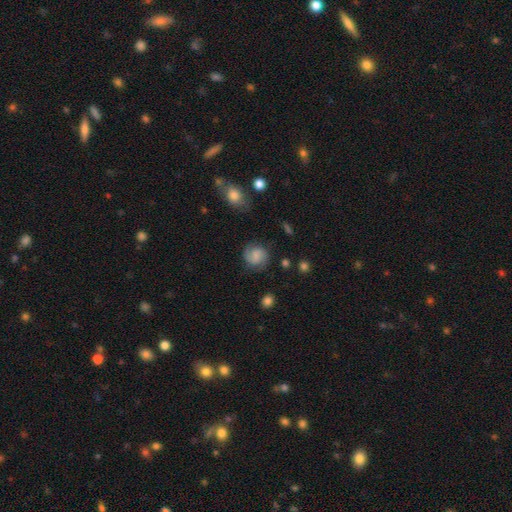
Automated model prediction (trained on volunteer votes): Overall: featured or disk (49%; smooth 42%). Merging: none (76%).